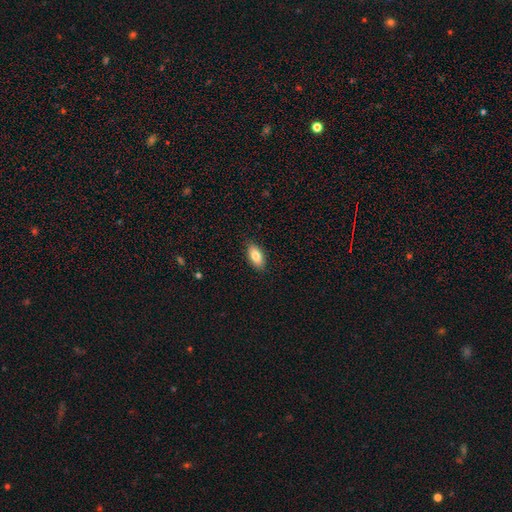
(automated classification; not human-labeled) Q: Smooth or featured?
A: smooth (81%); runner-up: featured or disk (12%)
Q: How rounded?
A: in between (90%); runner-up: cigar-shaped (7%)
Q: Merging?
A: none (88%); runner-up: minor disturbance (9%)